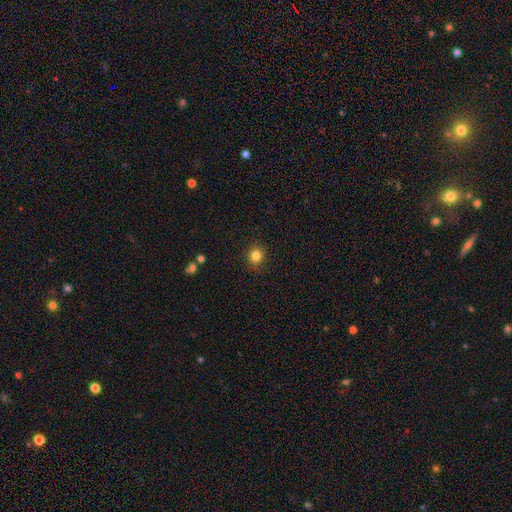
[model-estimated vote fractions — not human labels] A smooth galaxy with no disk features (83%) that is round (85%). Merging: none (90%).